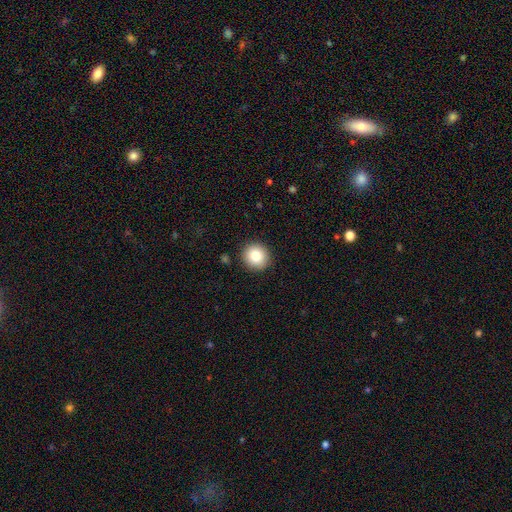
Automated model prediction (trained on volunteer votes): A smooth galaxy with no disk features (83%) that is round (92%). Merging: none (91%).